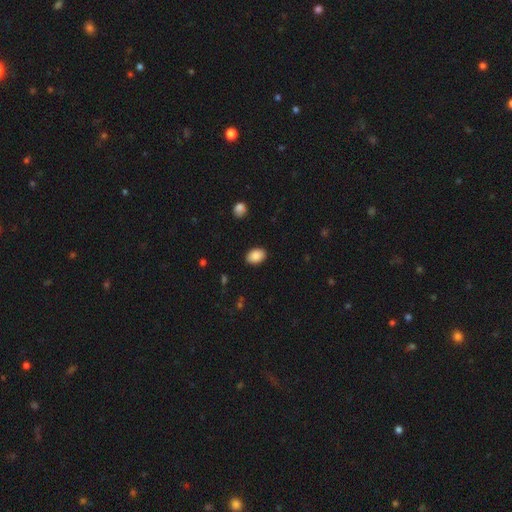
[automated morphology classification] Smooth or featured? Predicted: smooth (p=0.88). How rounded? Predicted: in between (p=0.86). Merging? Predicted: none (p=0.89).